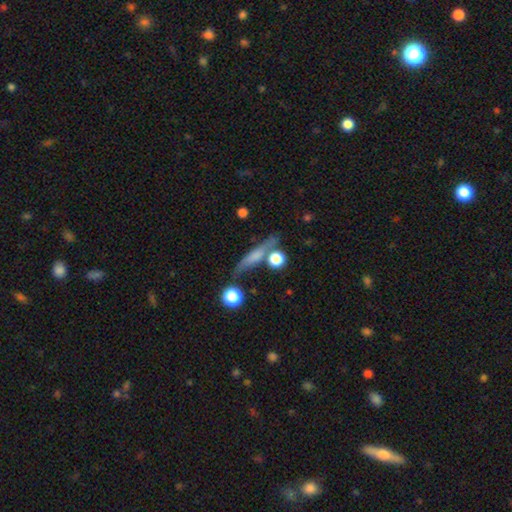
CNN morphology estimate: Smooth or featured? smooth (48%)
Merging? none (69%)